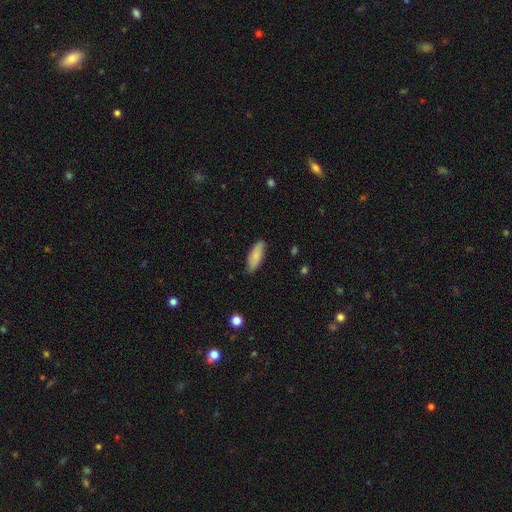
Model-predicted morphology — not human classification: type=smooth (80%); roundness=in between (66%); merging=none (84%).